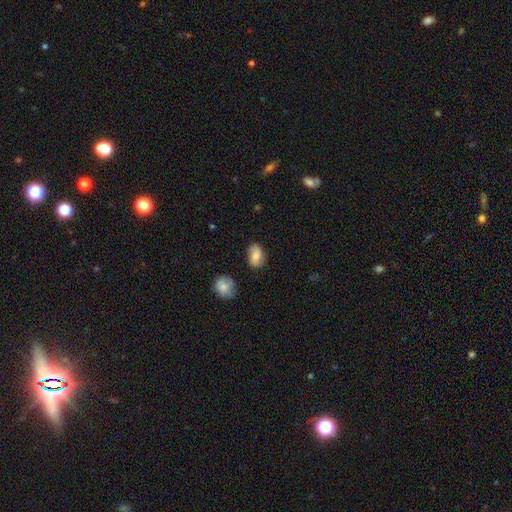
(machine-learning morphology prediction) The model was most divided on "smooth or featured": smooth: 73%, featured or disk: 19%, star or artifact: 8%. More confident: how rounded — in between (85%); merging — none (77%).